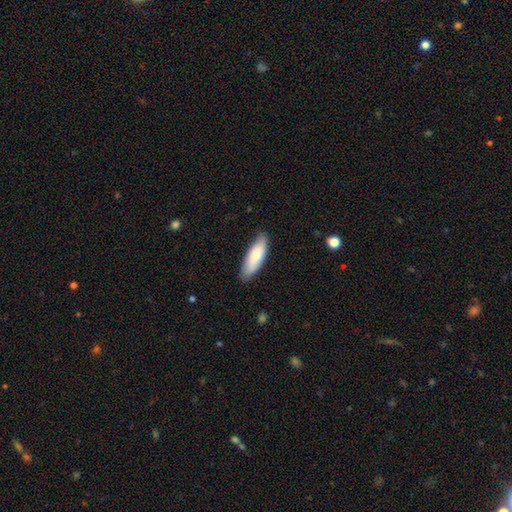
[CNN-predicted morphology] type=smooth (80%); roundness=in between (59%); merging=none (83%).